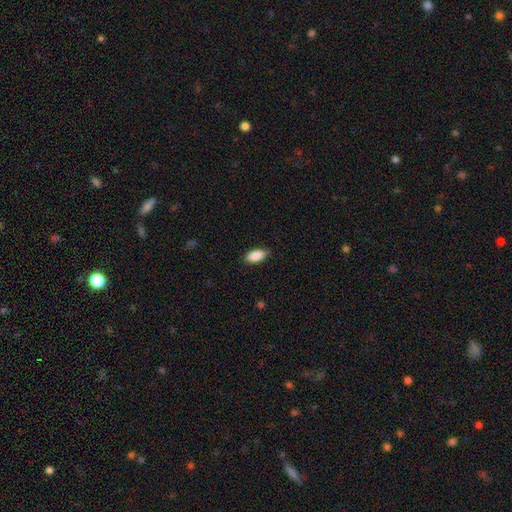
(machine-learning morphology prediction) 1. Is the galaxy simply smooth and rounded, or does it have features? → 90% smooth, 7% star or artifact, 4% featured or disk.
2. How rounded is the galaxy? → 91% in between, 7% cigar-shaped, 2% round.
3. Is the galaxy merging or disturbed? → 84% none, 12% minor disturbance, 2% major disturbance, 1% merger.